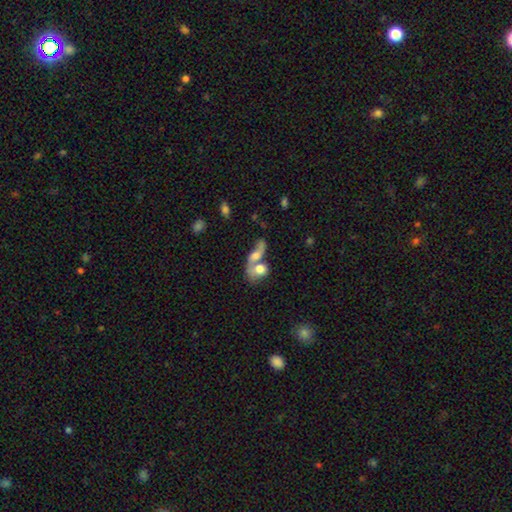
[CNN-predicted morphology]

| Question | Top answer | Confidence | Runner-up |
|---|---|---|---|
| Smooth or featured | smooth | 48% | featured or disk (41%) |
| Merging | merger | 71% | none (14%) |